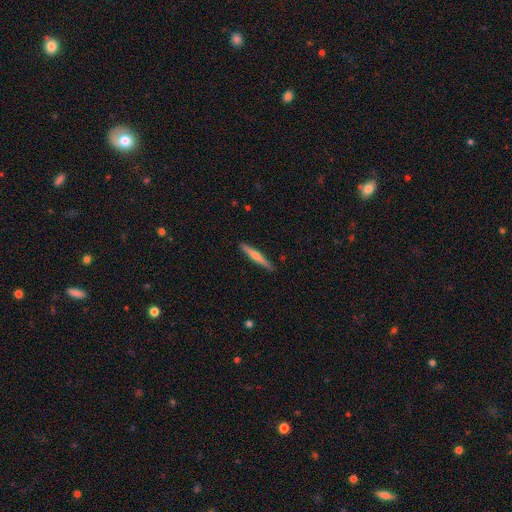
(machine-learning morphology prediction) This is possibly a smooth galaxy (50%). Merging: clearly none (91%).